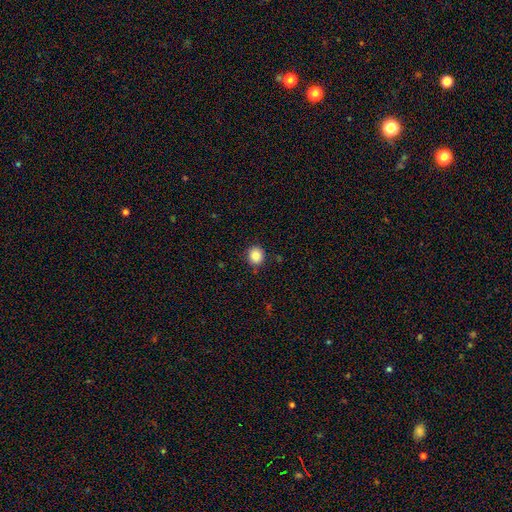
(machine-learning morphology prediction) smooth 87%, star or artifact 10%, featured or disk 3%. Down the decision tree: how rounded — round (85%); merging — none (88%).